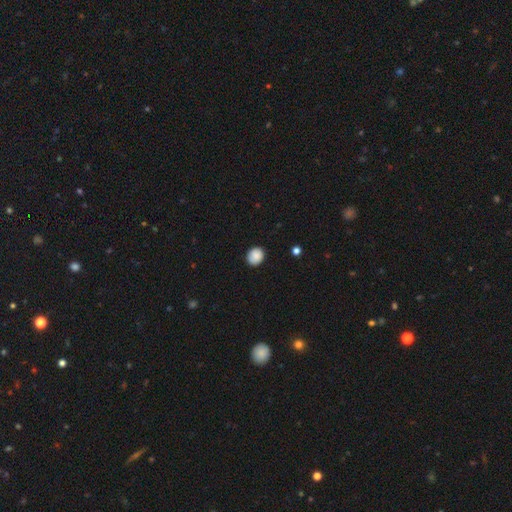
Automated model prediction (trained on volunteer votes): Overall: smooth (88%). How rounded: round (64%; in between 35%). Merging: none (85%).